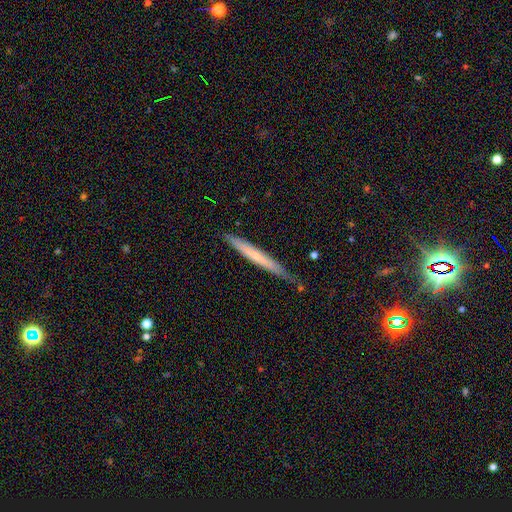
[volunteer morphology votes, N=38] Smooth or featured: smooth — 53% (featured or disk — 42%)
How rounded: cigar-shaped — 100%
Merging: none — 92% (minor disturbance — 8%)